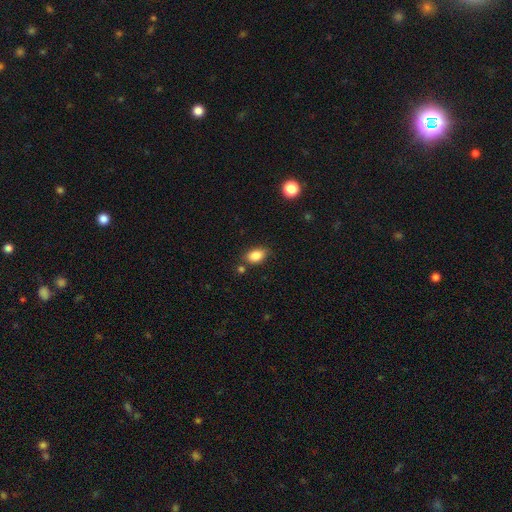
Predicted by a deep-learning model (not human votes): smooth-or-featured: smooth: 85% | star or artifact: 9% | featured or disk: 7%
  how-rounded: in between: 86% | round: 12% | cigar-shaped: 2%
  merging: none: 77% | minor disturbance: 14% | merger: 6% | major disturbance: 3%